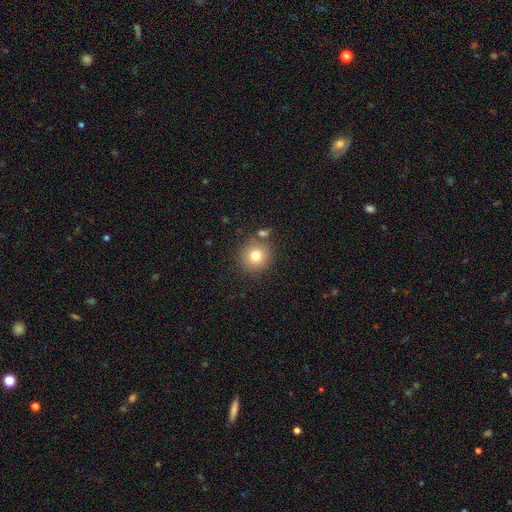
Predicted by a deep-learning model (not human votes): A smooth galaxy with no disk features (77%) that is round (92%). Merging: none (79%).